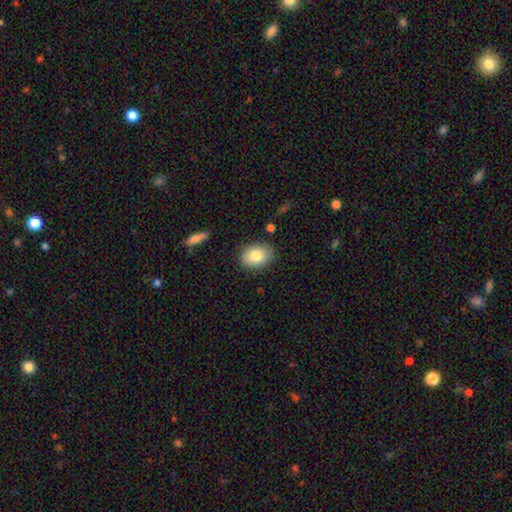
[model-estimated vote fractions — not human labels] This is clearly a smooth galaxy (81%). How rounded: likely in between (65%). Merging: clearly none (85%).